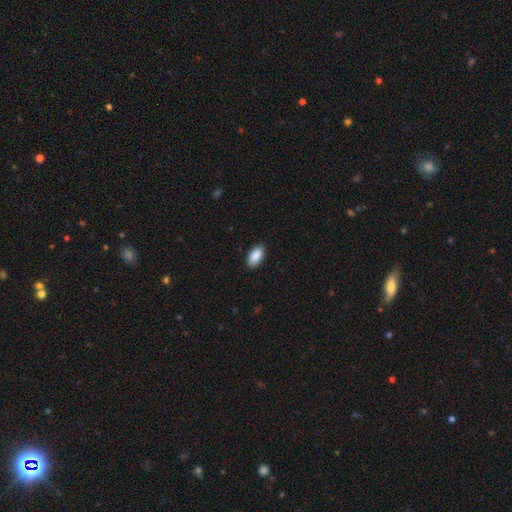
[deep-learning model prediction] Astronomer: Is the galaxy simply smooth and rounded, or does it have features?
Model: smooth — 90%.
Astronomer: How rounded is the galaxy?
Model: in between — 94%.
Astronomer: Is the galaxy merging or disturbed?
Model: none — 89%.